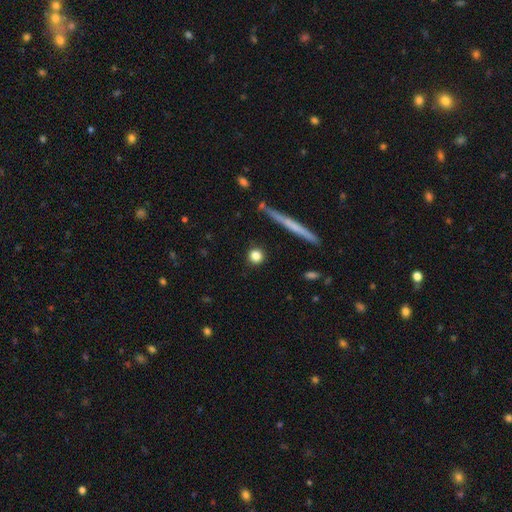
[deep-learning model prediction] smooth-or-featured: smooth: 81% | featured or disk: 10% | star or artifact: 9%
  how-rounded: round: 89% | in between: 6% | cigar-shaped: 4%
  merging: none: 89% | minor disturbance: 7% | merger: 2% | major disturbance: 2%